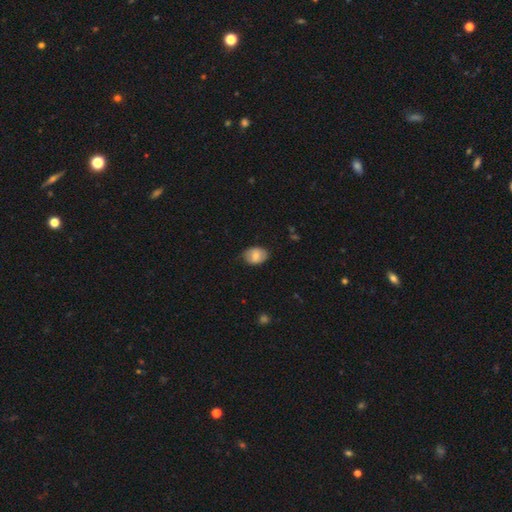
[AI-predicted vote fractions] smooth 73%, featured or disk 20%, star or artifact 7%. Down the decision tree: how rounded — in between (77%); merging — none (75%).